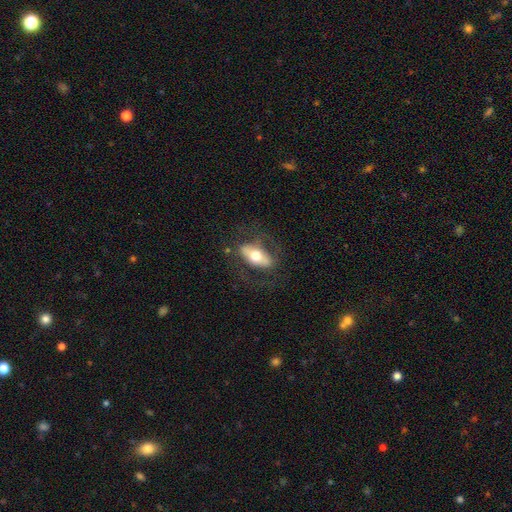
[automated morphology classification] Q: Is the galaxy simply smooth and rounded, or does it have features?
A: featured or disk — 50%.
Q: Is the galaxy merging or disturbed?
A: none — 69%.